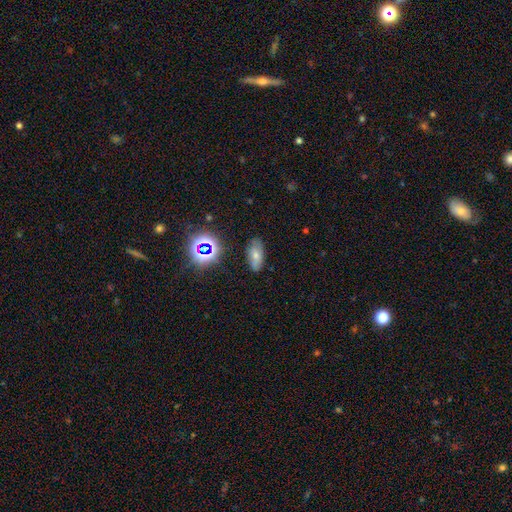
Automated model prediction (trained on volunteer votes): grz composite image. It shows a smooth galaxy with no disk features (61%) that is in between round and cigar-shaped (87%). Merging: none (74%).